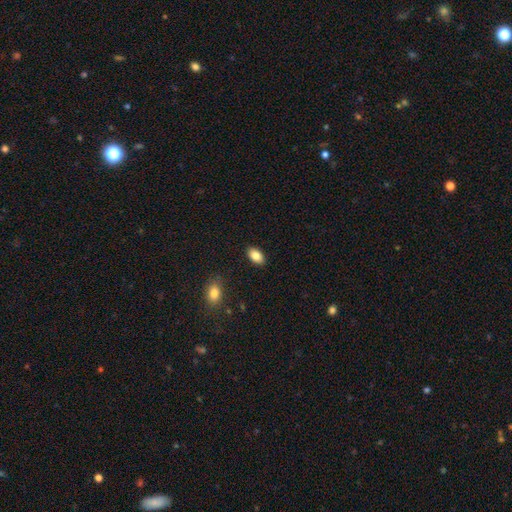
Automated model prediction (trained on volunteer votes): A smooth galaxy with no disk features (85%) that is in between round and cigar-shaped (93%). Merging: none (89%).